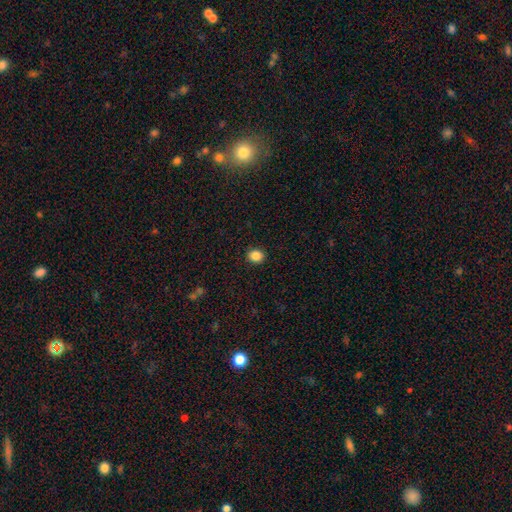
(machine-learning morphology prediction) smooth 86%, star or artifact 10%, featured or disk 4%. Down the decision tree: how rounded — round (76%); merging — none (92%).